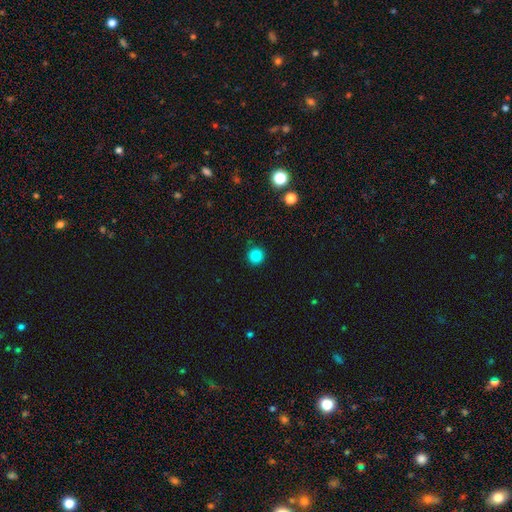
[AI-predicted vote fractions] Morphology: type=smooth (85%); roundness=round (95%); merging=none (89%).